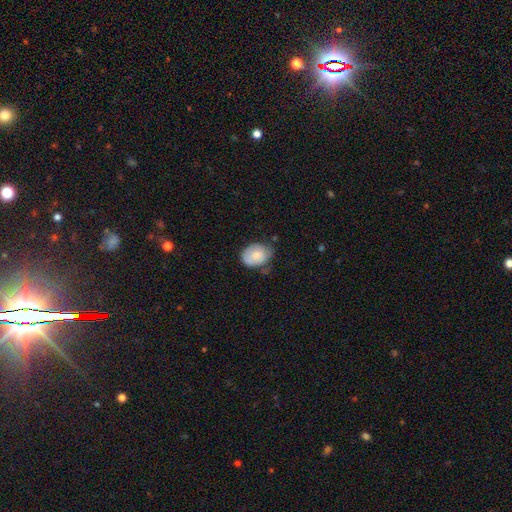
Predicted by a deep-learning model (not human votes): This is likely a smooth galaxy (76%). How rounded: likely in between (61%). Merging: possibly none (52%).